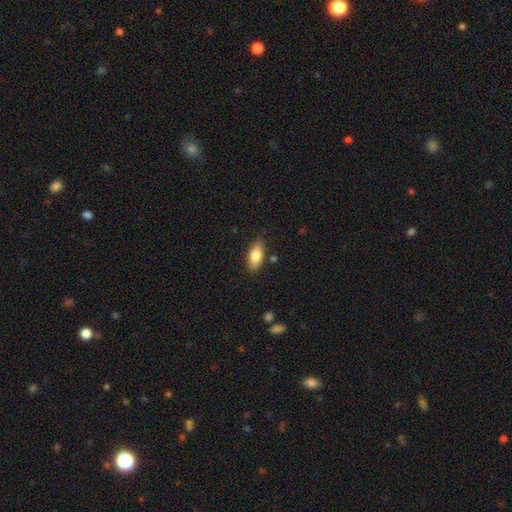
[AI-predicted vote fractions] smooth 81%, featured or disk 12%, star or artifact 7%. Down the decision tree: how rounded — in between (85%); merging — none (83%).